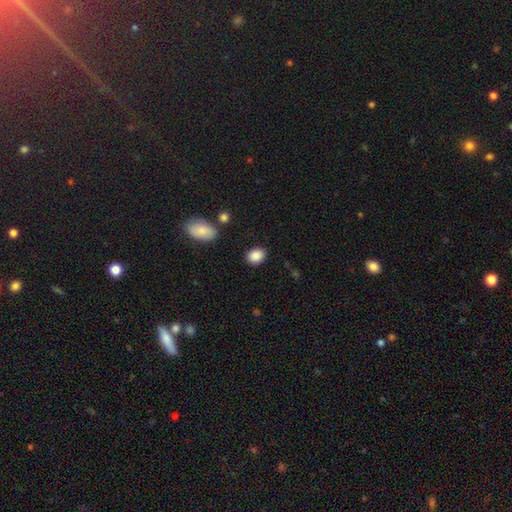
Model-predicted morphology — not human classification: Smooth or featured? smooth (88%)
How rounded? in between (59%)
Merging? none (86%)